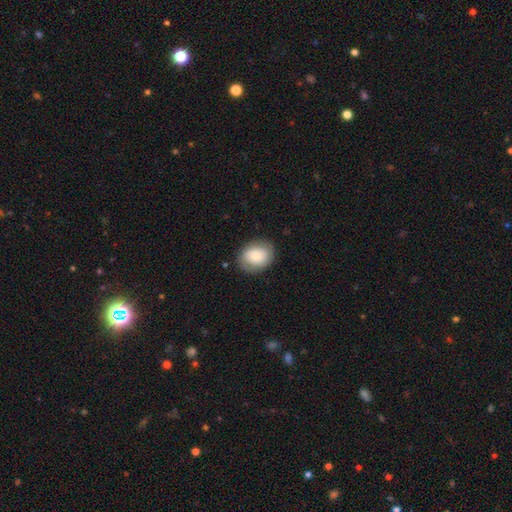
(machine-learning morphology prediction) This is likely a smooth galaxy (73%). How rounded: possibly in between (52%). Merging: clearly none (82%).